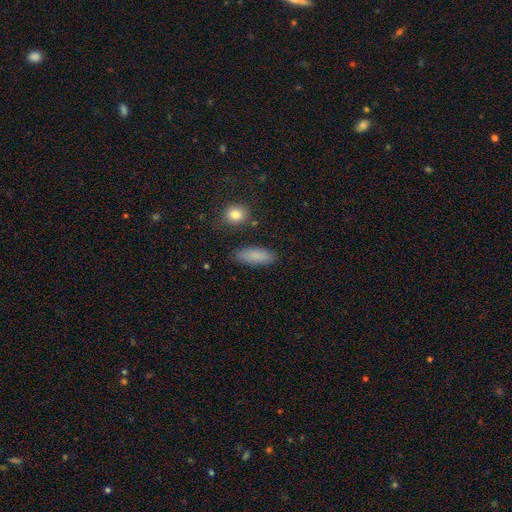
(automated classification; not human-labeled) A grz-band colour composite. It shows a smooth galaxy with no disk features (86%) that is in between round and cigar-shaped (66%). Merging: none (82%).